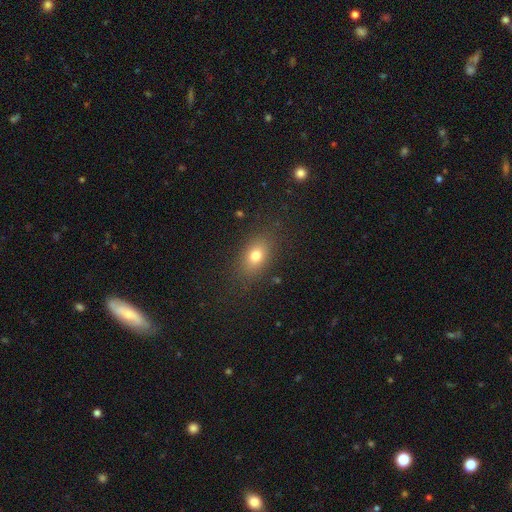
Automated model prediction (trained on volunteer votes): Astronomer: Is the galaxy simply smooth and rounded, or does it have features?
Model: smooth — 76%.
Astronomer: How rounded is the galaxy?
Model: in between — 78%.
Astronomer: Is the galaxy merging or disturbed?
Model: none — 83%.